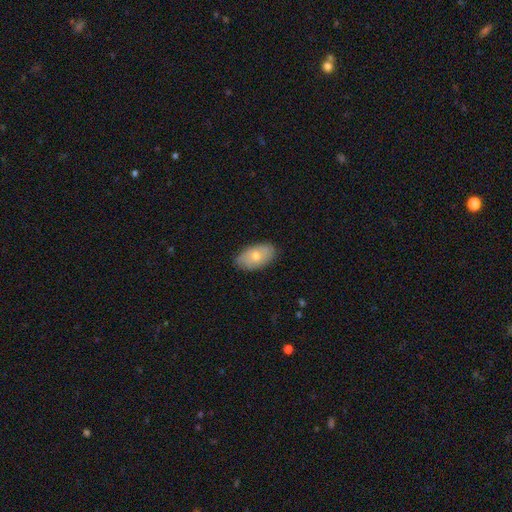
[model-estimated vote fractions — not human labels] Smooth or featured: smooth — 66% (featured or disk — 27%)
How rounded: in between — 94% (round — 5%)
Merging: none — 85% (minor disturbance — 12%)